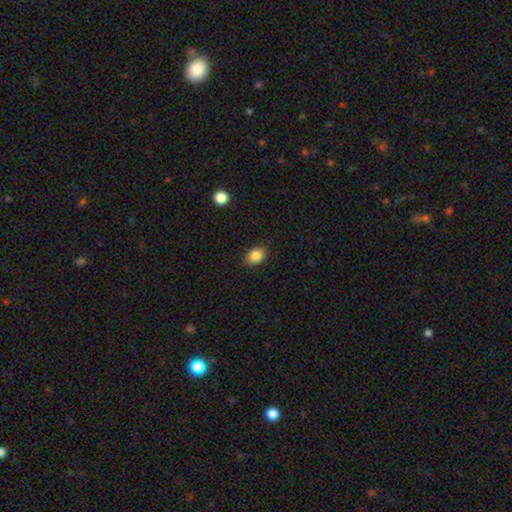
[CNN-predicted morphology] Smooth or featured?
  - smooth: 87% *
  - star or artifact: 8%
  - featured or disk: 5%
How rounded?
  - in between: 79% *
  - round: 20%
  - cigar-shaped: 1%
Merging?
  - none: 88% *
  - minor disturbance: 9%
  - major disturbance: 2%
  - merger: 1%